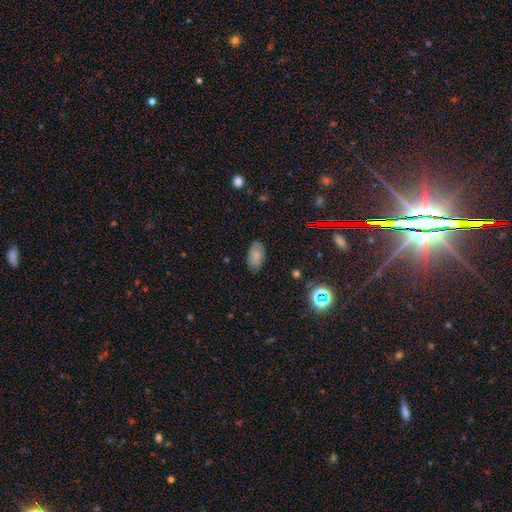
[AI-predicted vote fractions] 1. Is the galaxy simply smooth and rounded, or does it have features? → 79% smooth, 11% featured or disk, 10% star or artifact.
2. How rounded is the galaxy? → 93% in between, 5% round, 2% cigar-shaped.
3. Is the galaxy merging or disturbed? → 84% none, 12% minor disturbance, 3% major disturbance, 1% merger.